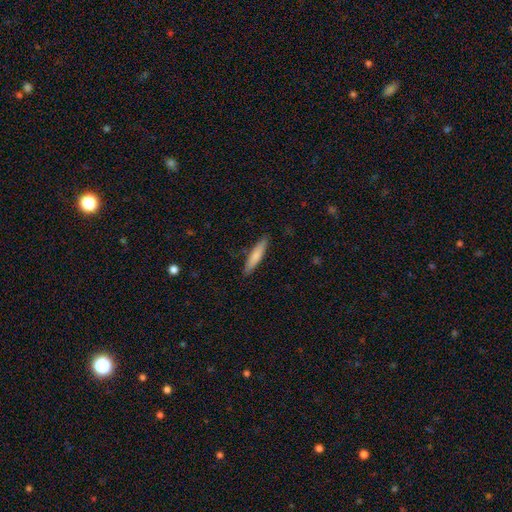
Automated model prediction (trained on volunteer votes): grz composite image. It shows a smooth galaxy with no disk features (76%) that is cigar-shaped (85%). Merging: none (88%).